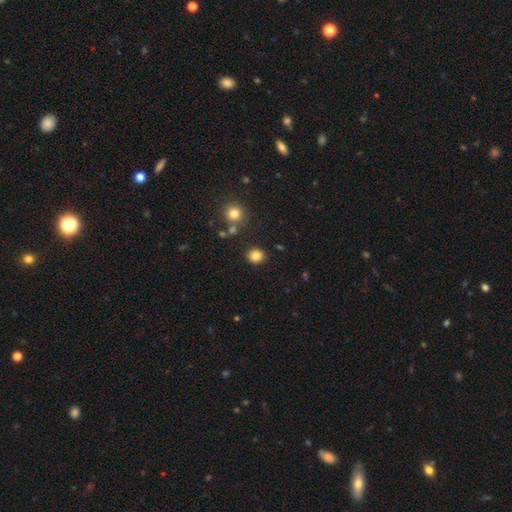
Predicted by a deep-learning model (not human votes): Smooth or featured: smooth — 83% (star or artifact — 12%)
How rounded: round — 83% (in between — 16%)
Merging: none — 87% (minor disturbance — 7%)